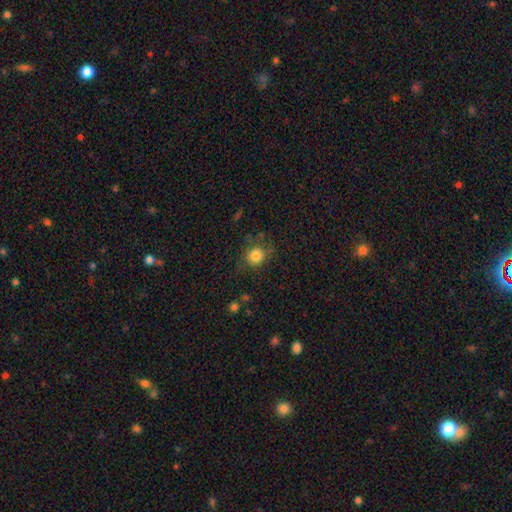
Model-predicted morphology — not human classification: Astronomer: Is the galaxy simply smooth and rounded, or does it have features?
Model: smooth — 82%.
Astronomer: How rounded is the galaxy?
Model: round — 82%.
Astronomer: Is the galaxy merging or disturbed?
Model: none — 75%.